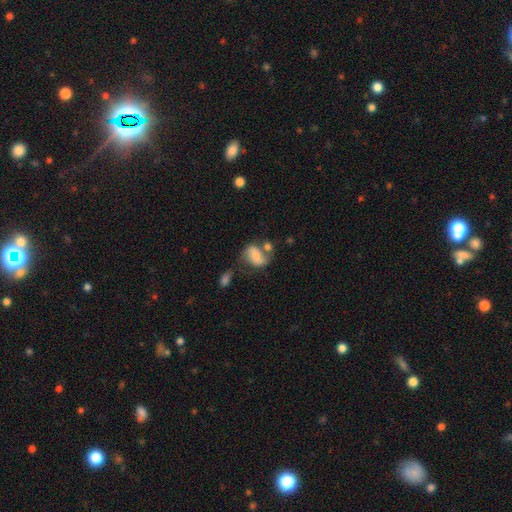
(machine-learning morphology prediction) featured or disk 45% (tied), smooth 45% (tied), star or artifact 9%. Down the decision tree: merging — none (35%).